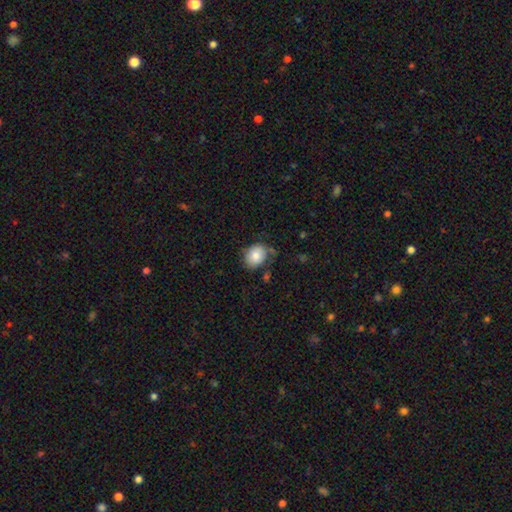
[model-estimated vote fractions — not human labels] smooth 80%, featured or disk 12%, star or artifact 8%. Down the decision tree: how rounded — in between (50%); merging — none (66%).